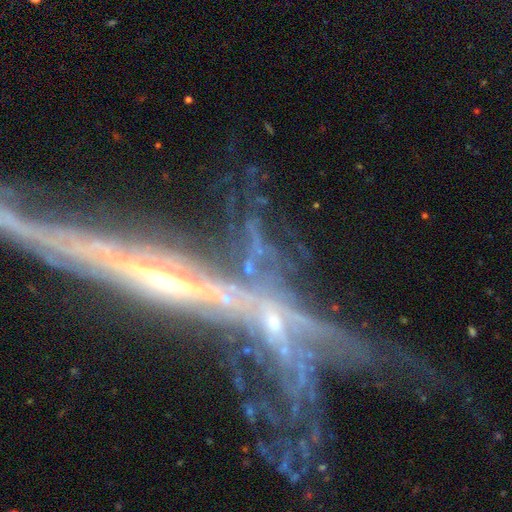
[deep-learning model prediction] A featured or disk galaxy (72%) viewed edge-on (63%). Merging: merger (35%).